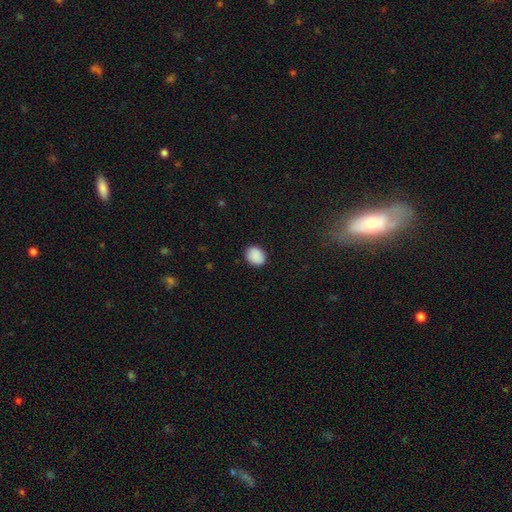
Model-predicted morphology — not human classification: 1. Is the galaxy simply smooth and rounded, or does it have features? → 89% smooth, 7% star or artifact, 3% featured or disk.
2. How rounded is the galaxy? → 52% in between, 47% round, 1% cigar-shaped.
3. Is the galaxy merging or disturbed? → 87% none, 10% minor disturbance, 2% major disturbance, 1% merger.